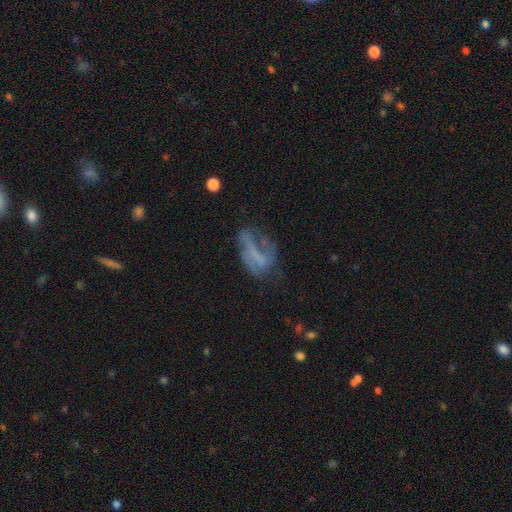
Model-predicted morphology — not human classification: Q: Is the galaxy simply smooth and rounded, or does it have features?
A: featured or disk — 50%.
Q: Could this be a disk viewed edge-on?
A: no — 94%.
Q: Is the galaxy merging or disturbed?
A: major disturbance — 39%.